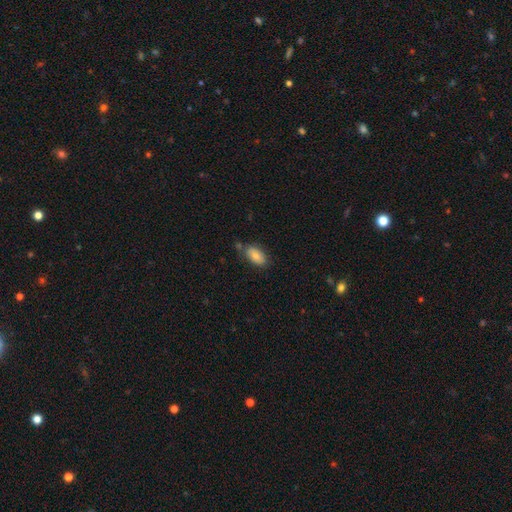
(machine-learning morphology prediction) Q: Smooth or featured?
A: smooth (78%); runner-up: featured or disk (15%)
Q: How rounded?
A: in between (93%); runner-up: round (5%)
Q: Merging?
A: none (69%); runner-up: minor disturbance (19%)